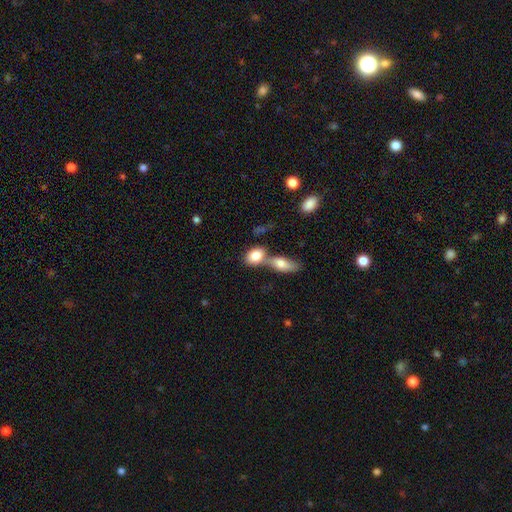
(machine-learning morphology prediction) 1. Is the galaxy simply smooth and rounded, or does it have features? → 82% smooth, 12% featured or disk, 6% star or artifact.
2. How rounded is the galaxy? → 78% in between, 19% round, 3% cigar-shaped.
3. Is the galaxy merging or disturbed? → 56% merger, 31% none, 9% minor disturbance, 4% major disturbance.